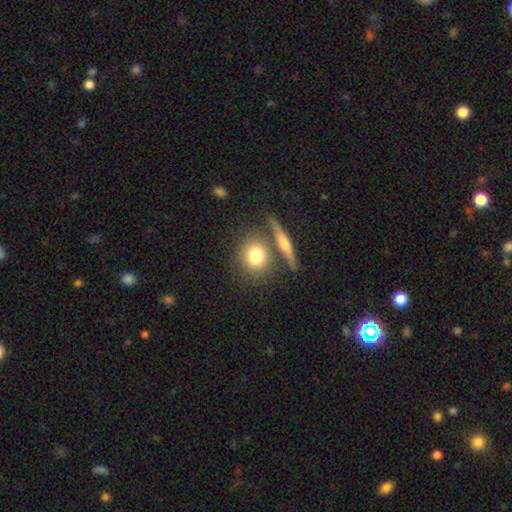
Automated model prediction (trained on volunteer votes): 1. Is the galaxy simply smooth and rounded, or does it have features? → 75% smooth, 17% featured or disk, 9% star or artifact.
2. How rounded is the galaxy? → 75% round, 21% in between, 4% cigar-shaped.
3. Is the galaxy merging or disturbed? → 67% none, 18% merger, 11% minor disturbance, 4% major disturbance.